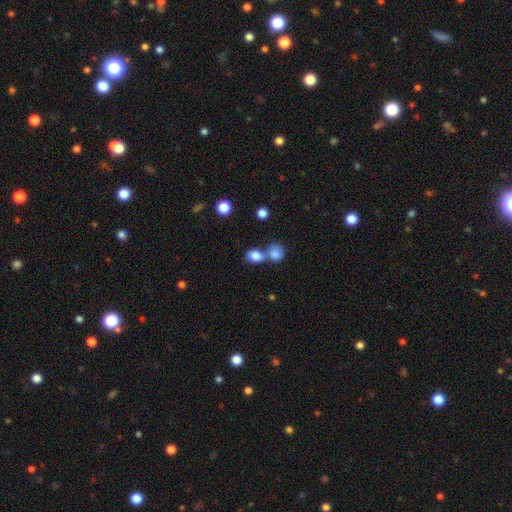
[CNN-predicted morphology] smooth-or-featured: smooth: 83% | star or artifact: 9% | featured or disk: 7%
  how-rounded: in between: 55% | round: 44% | cigar-shaped: 1%
  merging: merger: 49% | none: 38% | minor disturbance: 9% | major disturbance: 4%